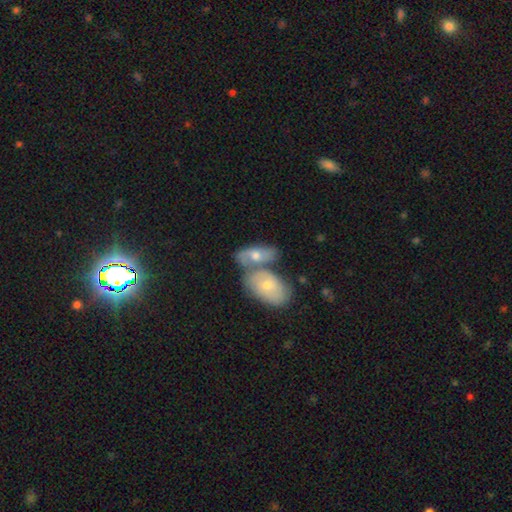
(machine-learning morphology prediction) Smooth or featured? Predicted: smooth (p=0.52). How rounded? Predicted: in between (p=0.87). Merging? Predicted: merger (p=0.55).